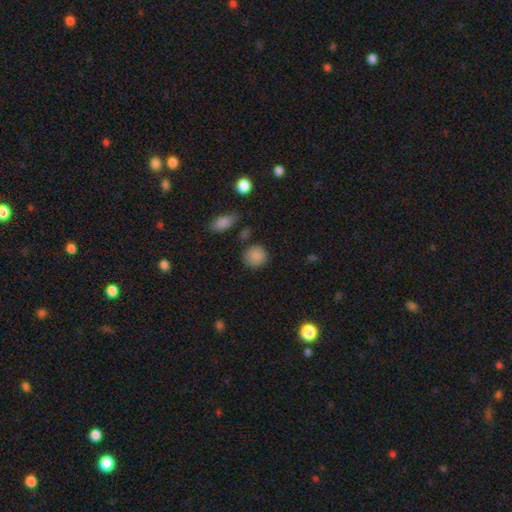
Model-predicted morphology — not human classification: Q: Smooth or featured?
A: smooth (87%); runner-up: star or artifact (9%)
Q: How rounded?
A: round (88%); runner-up: in between (11%)
Q: Merging?
A: none (82%); runner-up: minor disturbance (11%)